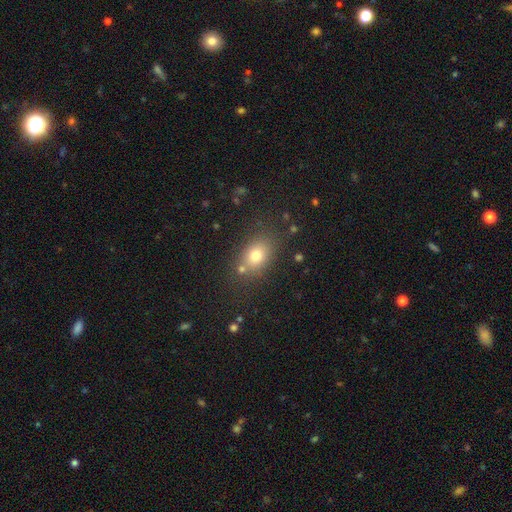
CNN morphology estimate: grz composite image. It shows a smooth galaxy with no disk features (75%) that is in between round and cigar-shaped (69%). Merging: none (75%).